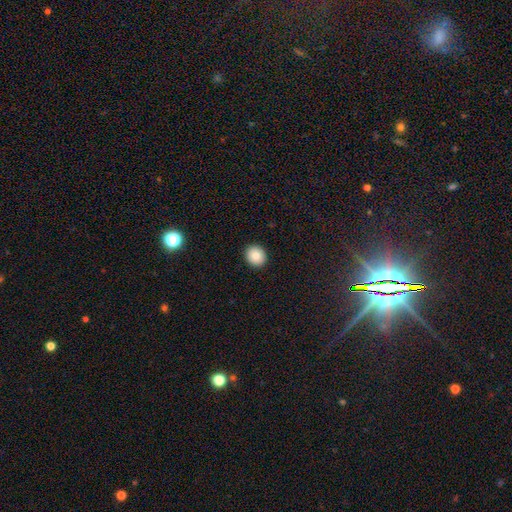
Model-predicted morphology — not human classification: Overall: smooth (84%). How rounded: round (80%). Merging: none (92%).